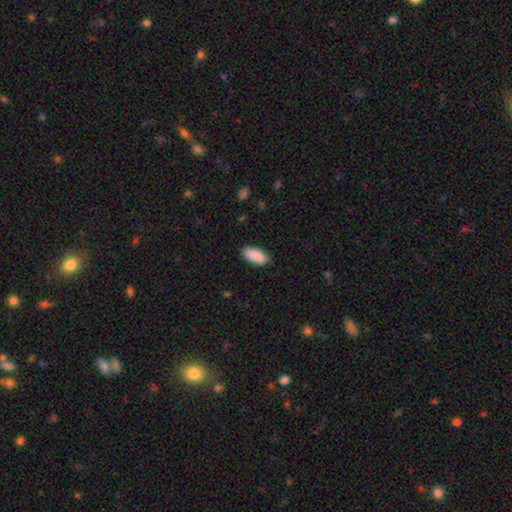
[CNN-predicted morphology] This is clearly a smooth galaxy (91%). How rounded: clearly in between (92%). Merging: clearly none (88%).